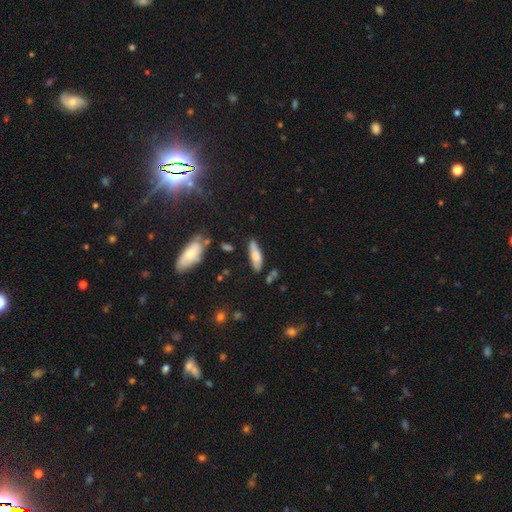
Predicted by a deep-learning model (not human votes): Smooth or featured?
  - smooth: 64% *
  - featured or disk: 30%
  - star or artifact: 7%
How rounded?
  - in between: 55% *
  - cigar-shaped: 42%
  - round: 2%
Merging?
  - none: 71% *
  - minor disturbance: 19%
  - merger: 5%
  - major disturbance: 5%